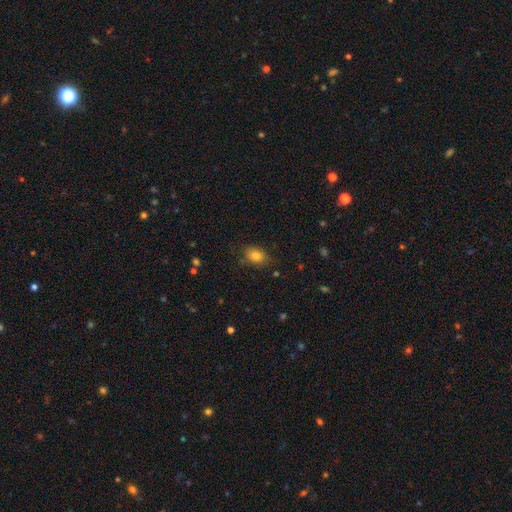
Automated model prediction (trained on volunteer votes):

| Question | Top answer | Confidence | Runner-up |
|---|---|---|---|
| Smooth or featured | smooth | 80% | star or artifact (11%) |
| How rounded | in between | 67% | round (31%) |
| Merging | none | 76% | minor disturbance (18%) |